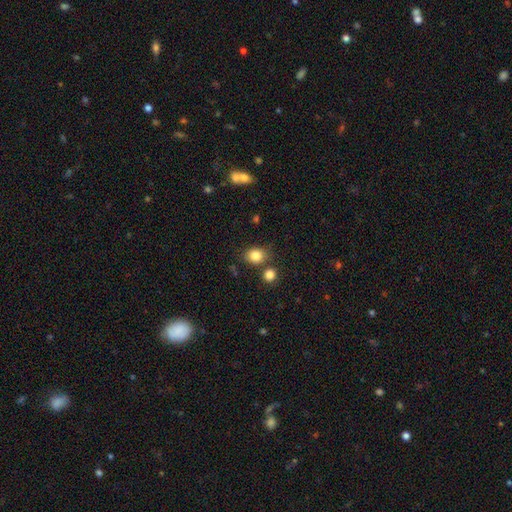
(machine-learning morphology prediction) smooth_or_featured: smooth (p=0.84) [alt: star or artifact p=0.10]
how_rounded: round (p=0.60) [alt: in between p=0.39]
merging: none (p=0.72) [alt: merger p=0.12]